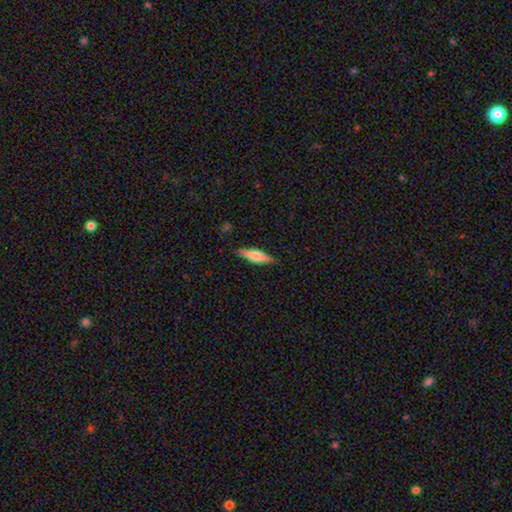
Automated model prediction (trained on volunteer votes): This is possibly a featured or disk galaxy (48%). Merging: clearly none (86%).